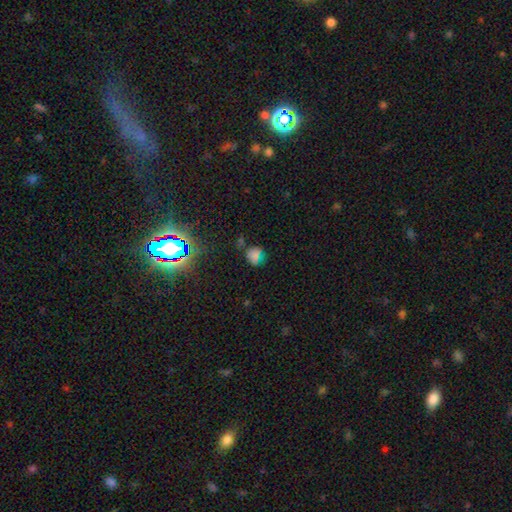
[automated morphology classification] A smooth galaxy with no disk features (65%) that is round (73%).

Vote fractions:
- Smooth or featured? smooth: 65% / star or artifact: 25% / featured or disk: 10%
- How rounded? round: 73% / in between: 25% / cigar-shaped: 1%
- Merging? none: 62% / minor disturbance: 22% / merger: 8% / major disturbance: 7%